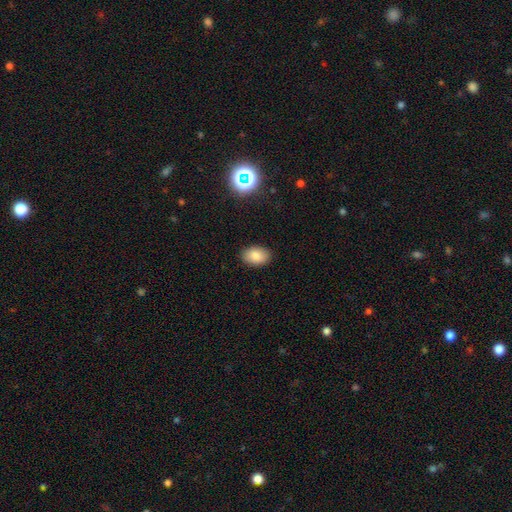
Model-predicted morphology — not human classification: Smooth or featured? smooth (83%)
How rounded? in between (86%)
Merging? none (88%)